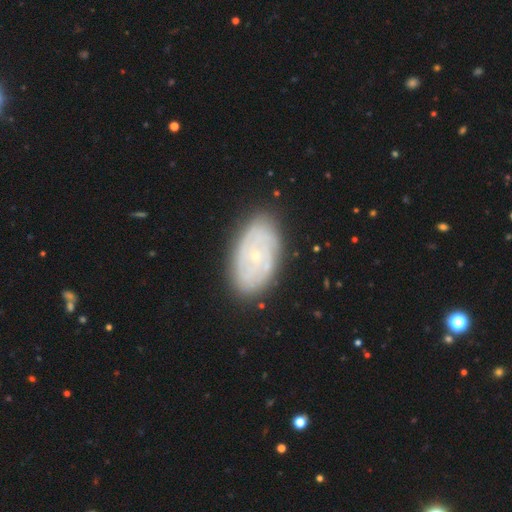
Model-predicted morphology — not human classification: This is likely a featured or disk galaxy (64%). It is clearly not viewed edge-on (94%). Bar: clearly no (81%). Spiral arm pattern: likely yes (76%). Central bulge: clearly small (81%). Merging: clearly none (84%).